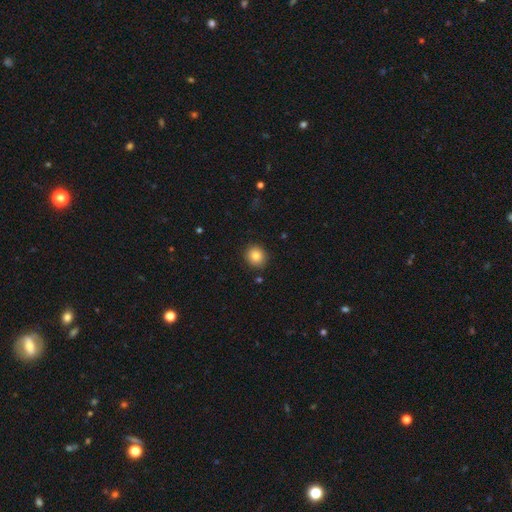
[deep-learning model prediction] Overall: smooth (83%). How rounded: round (83%). Merging: none (88%).